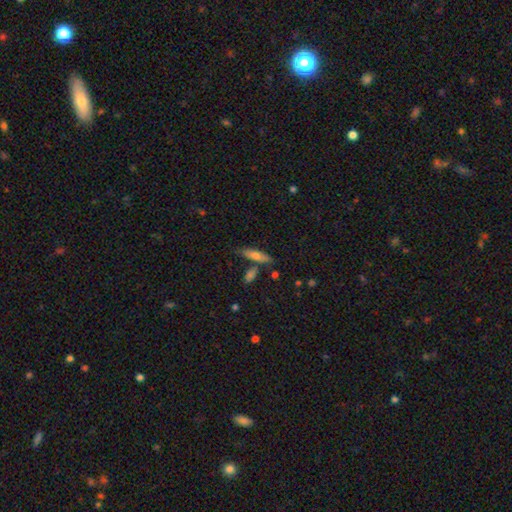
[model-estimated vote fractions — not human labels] smooth_or_featured: smooth (p=0.65) [alt: featured or disk p=0.27]
how_rounded: cigar-shaped (p=0.72) [alt: in between p=0.26]
merging: none (p=0.72) [alt: minor disturbance p=0.14]